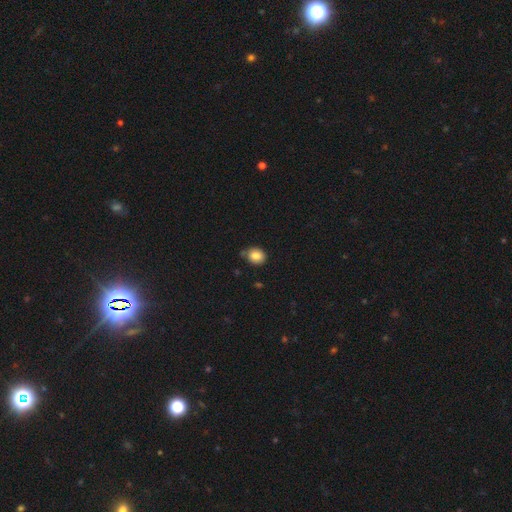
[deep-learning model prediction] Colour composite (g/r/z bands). It shows a smooth galaxy with no disk features (84%) that is round (67%). Merging: none (72%).